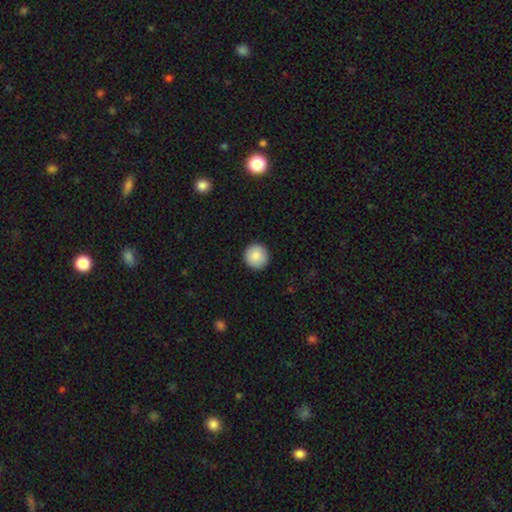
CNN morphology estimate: smooth-or-featured: smooth: 87% | star or artifact: 7% | featured or disk: 6%
  how-rounded: round: 96% | in between: 3% | cigar-shaped: 1%
  merging: none: 92% | minor disturbance: 5% | major disturbance: 2% | merger: 1%